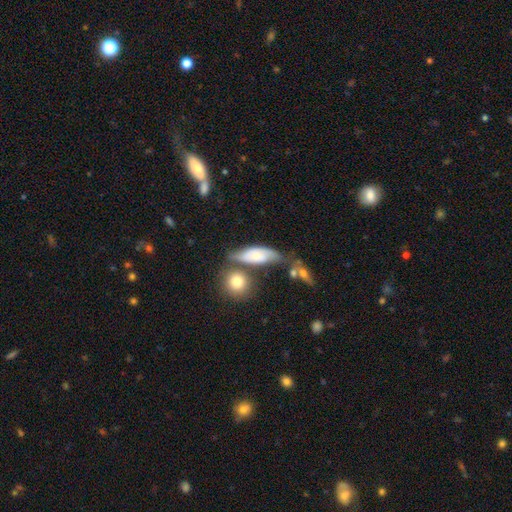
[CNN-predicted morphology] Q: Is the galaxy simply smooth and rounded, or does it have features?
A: smooth — 53%.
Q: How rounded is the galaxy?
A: in between — 69%.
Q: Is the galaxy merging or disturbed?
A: none — 46%.